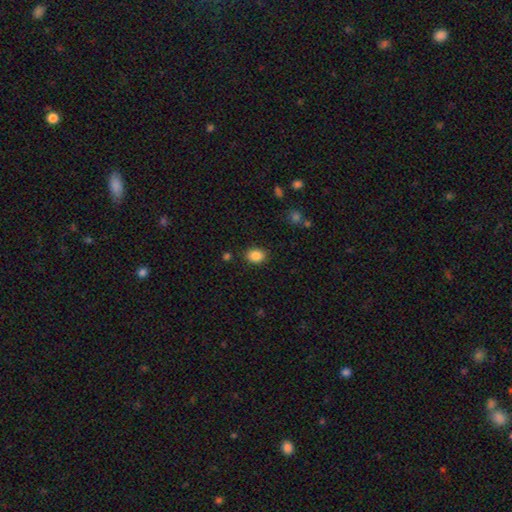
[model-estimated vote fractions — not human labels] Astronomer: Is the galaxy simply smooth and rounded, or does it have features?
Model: smooth — 86%.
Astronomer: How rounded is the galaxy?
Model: in between — 60% (runner-up: round, 39%).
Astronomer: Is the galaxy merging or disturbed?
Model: none — 86%.